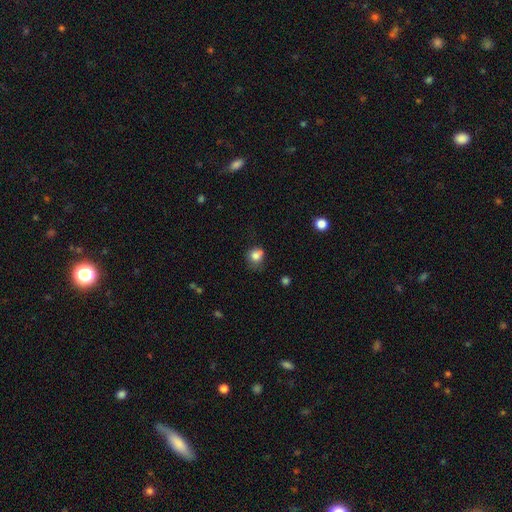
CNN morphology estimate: Q: Smooth or featured?
A: smooth (79%); runner-up: star or artifact (11%)
Q: How rounded?
A: round (76%); runner-up: in between (23%)
Q: Merging?
A: none (51%); runner-up: minor disturbance (26%)